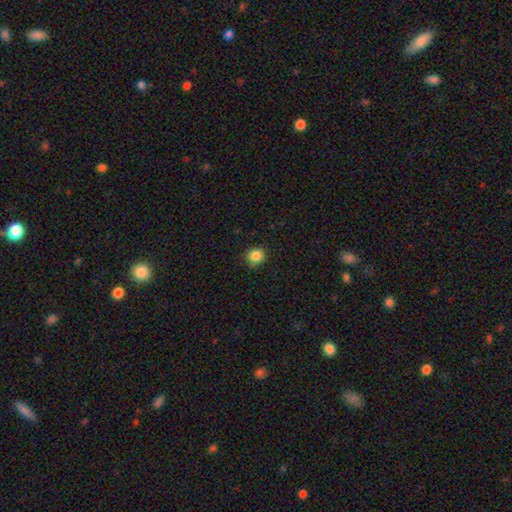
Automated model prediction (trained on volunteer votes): A smooth galaxy with no disk features (86%) that is round (89%). Merging: none (88%).